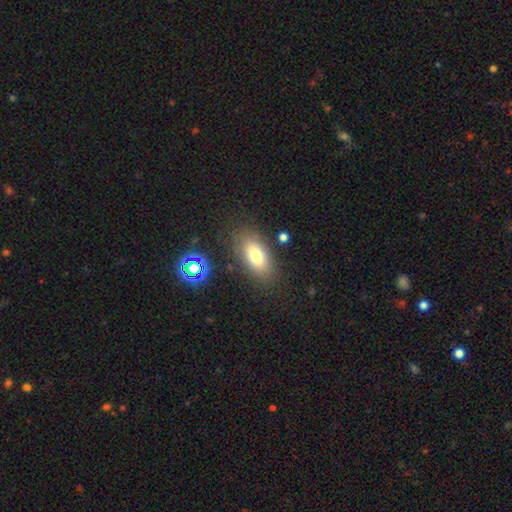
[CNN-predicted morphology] This is likely a smooth galaxy (74%). How rounded: clearly in between (87%). Merging: clearly none (81%).